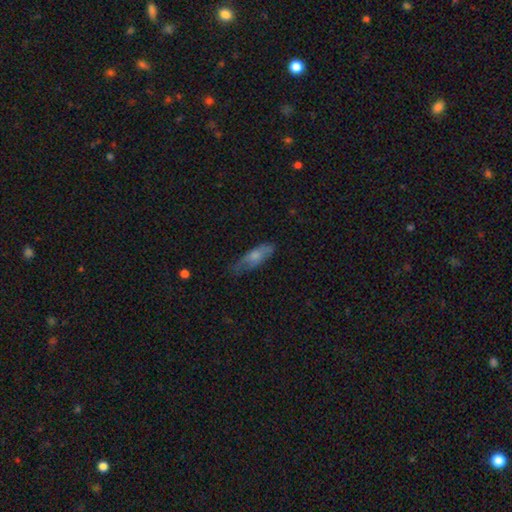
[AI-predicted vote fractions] Morphology: type=smooth (65%); roundness=in between (57%); merging=none (61%).